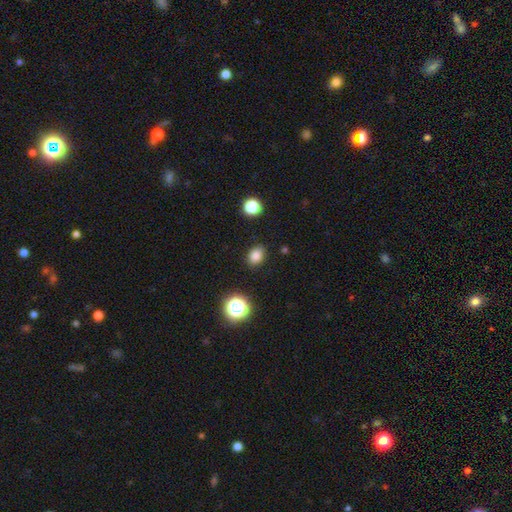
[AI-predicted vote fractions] Smooth or featured? smooth (83%)
How rounded? in between (66%)
Merging? none (87%)